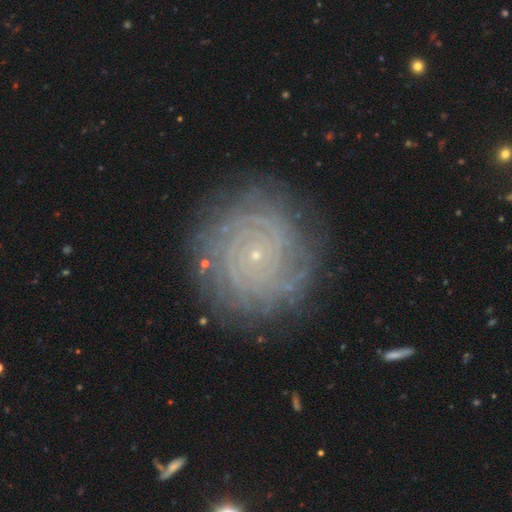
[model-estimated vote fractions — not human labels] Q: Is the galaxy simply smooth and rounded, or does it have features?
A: featured or disk — 81%.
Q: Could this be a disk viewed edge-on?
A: no — 97%.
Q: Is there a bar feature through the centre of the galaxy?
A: no — 84%.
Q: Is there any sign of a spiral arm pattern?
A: yes — 95%.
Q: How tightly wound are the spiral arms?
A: tight — 84%.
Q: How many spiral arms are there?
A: can't tell — 31%.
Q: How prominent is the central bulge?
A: small — 90%.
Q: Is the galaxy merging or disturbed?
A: none — 83%.